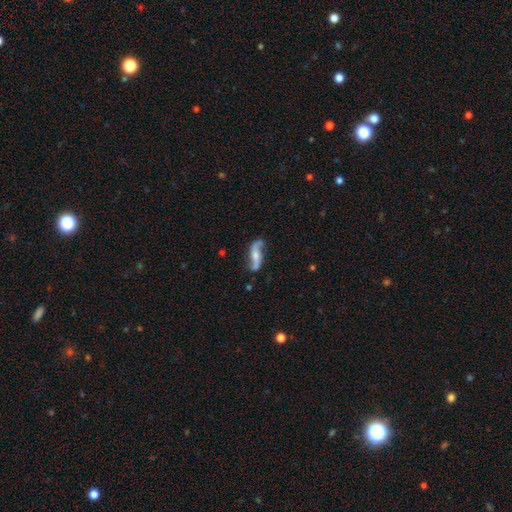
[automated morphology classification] Smooth or featured? featured or disk (75%)
Edge-on disk? no (87%)
Bar? no (51%)
Spiral arms? yes (93%)
Spiral winding? loose (82%)
Spiral arm count? 2 (92%)
Bulge size? moderate (45%)
Merging? none (72%)